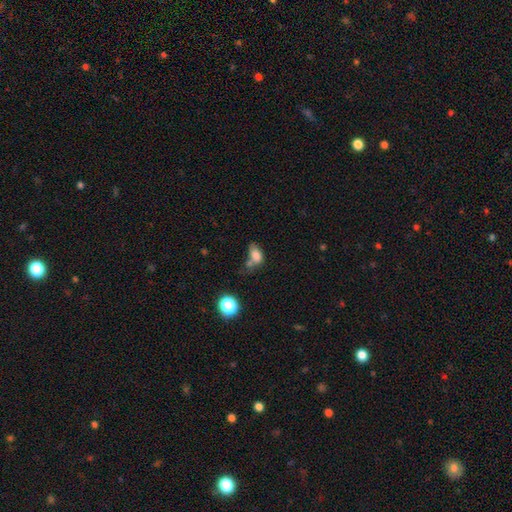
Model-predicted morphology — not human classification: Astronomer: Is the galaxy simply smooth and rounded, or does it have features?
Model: smooth — 75%.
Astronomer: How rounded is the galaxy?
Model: in between — 82%.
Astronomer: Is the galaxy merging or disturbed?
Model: merger — 34% (runner-up: none, 28%).